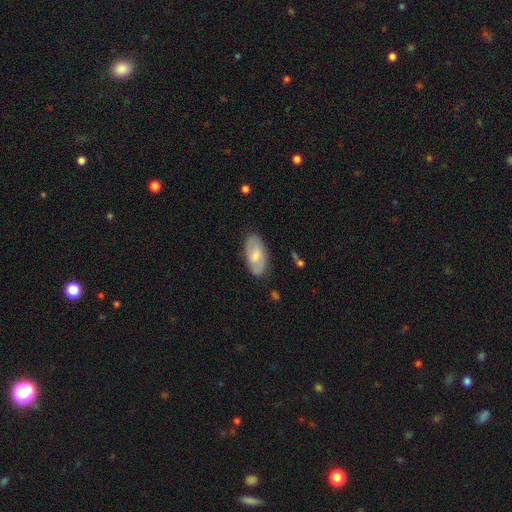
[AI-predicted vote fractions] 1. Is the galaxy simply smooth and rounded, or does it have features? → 61% smooth, 33% featured or disk, 6% star or artifact.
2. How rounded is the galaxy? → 93% in between, 4% cigar-shaped, 3% round.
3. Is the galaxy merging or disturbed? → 82% none, 14% minor disturbance, 3% major disturbance, 1% merger.